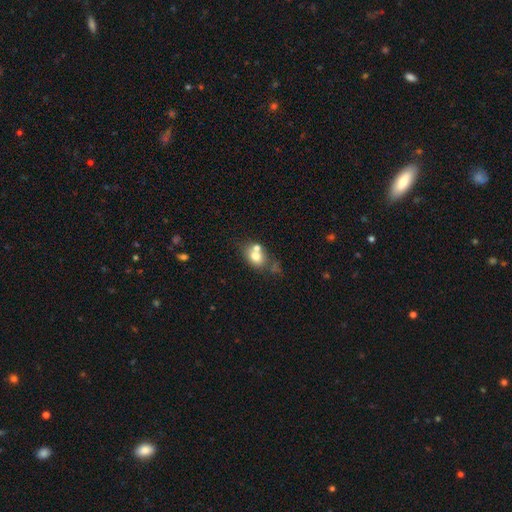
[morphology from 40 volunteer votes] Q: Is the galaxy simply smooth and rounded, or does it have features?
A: smooth — 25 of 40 (62%).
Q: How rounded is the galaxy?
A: in between — 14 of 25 (56%).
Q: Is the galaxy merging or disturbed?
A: merger — 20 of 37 (54%).